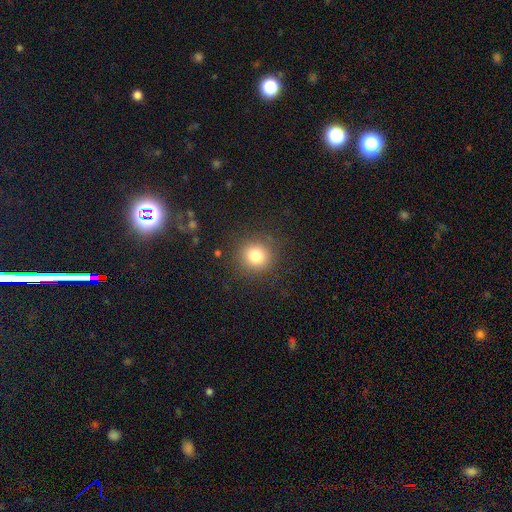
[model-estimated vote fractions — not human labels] This appears to be a smooth galaxy with no disk features (80%) that is round (91%). Merging: none (88%).